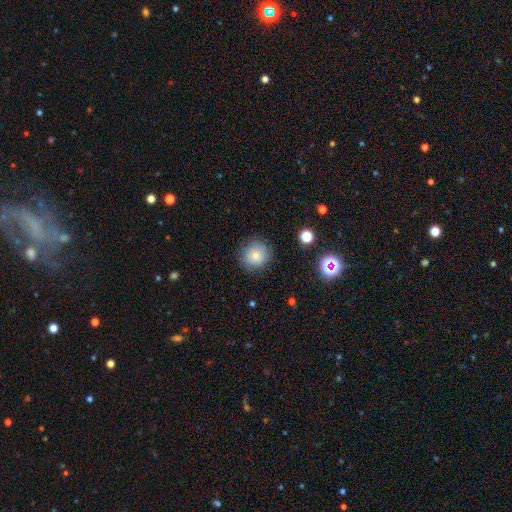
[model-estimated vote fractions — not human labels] This is likely a smooth galaxy (75%). How rounded: clearly round (91%). Merging: clearly none (84%).